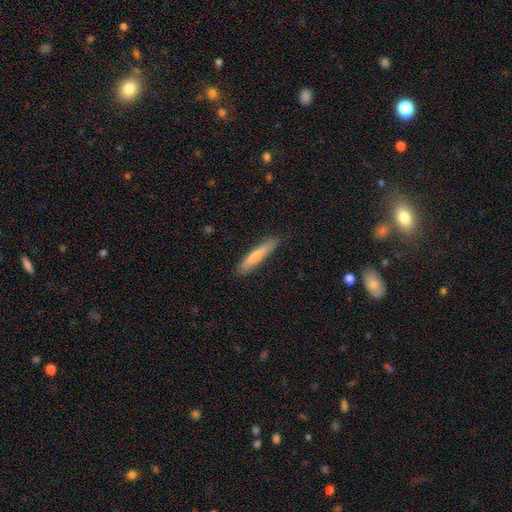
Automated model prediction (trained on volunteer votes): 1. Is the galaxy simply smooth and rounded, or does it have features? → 74% smooth, 20% featured or disk, 5% star or artifact.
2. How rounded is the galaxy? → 90% cigar-shaped, 9% in between, 1% round.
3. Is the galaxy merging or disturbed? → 84% none, 13% minor disturbance, 2% major disturbance, 1% merger.